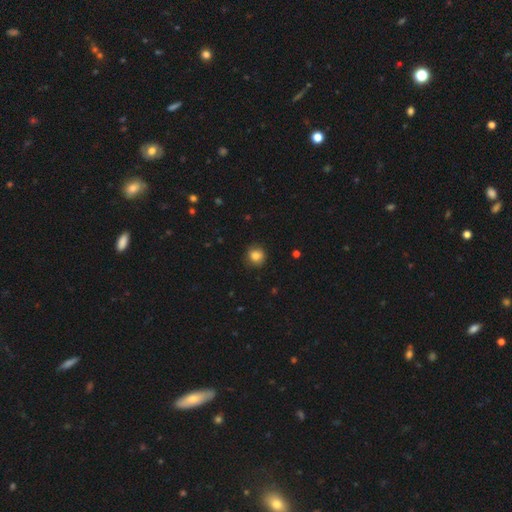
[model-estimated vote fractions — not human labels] smooth_or_featured: smooth (p=0.84) [alt: star or artifact p=0.10]
how_rounded: round (p=0.87) [alt: in between p=0.12]
merging: none (p=0.85) [alt: minor disturbance p=0.11]